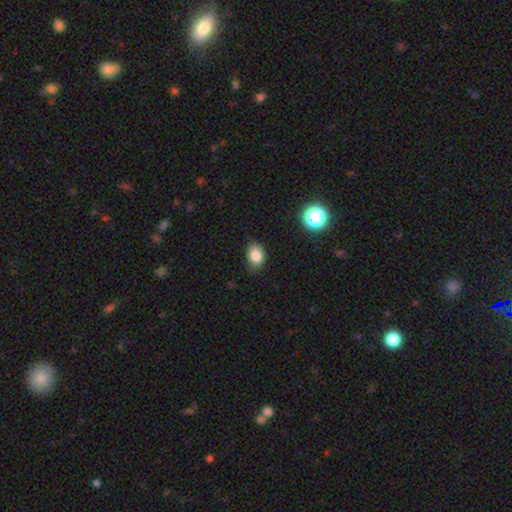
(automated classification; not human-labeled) Overall: smooth (84%). How rounded: in between (69%; round 30%). Merging: none (76%).